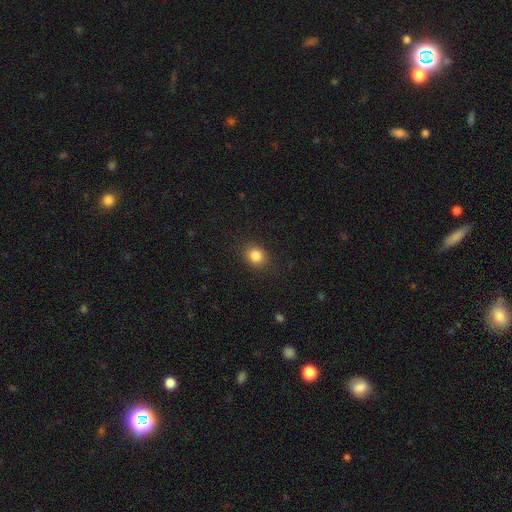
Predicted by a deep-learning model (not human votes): This is clearly a smooth galaxy (84%). How rounded: possibly round (59%). Merging: clearly none (86%).